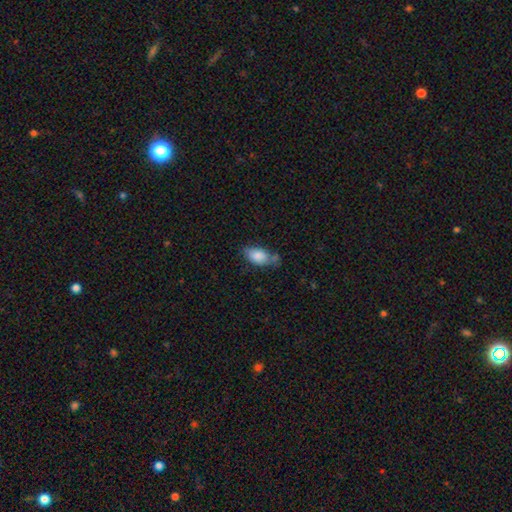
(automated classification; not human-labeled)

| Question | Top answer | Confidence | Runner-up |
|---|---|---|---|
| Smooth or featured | smooth | 81% | featured or disk (10%) |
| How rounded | in between | 89% | cigar-shaped (6%) |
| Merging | none | 58% | minor disturbance (25%) |